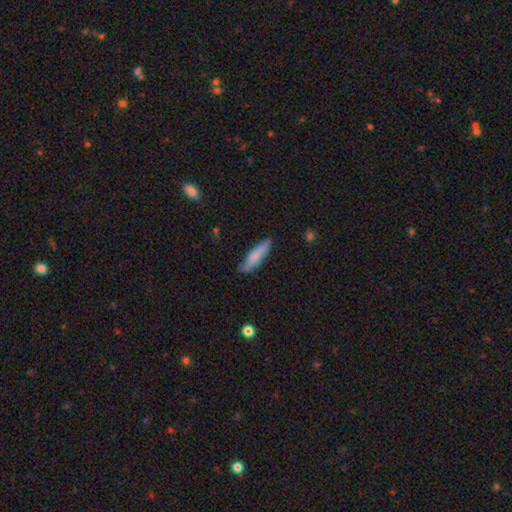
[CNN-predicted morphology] Smooth or featured? Predicted: smooth (p=0.72). How rounded? Predicted: cigar-shaped (p=0.79). Merging? Predicted: none (p=0.72).